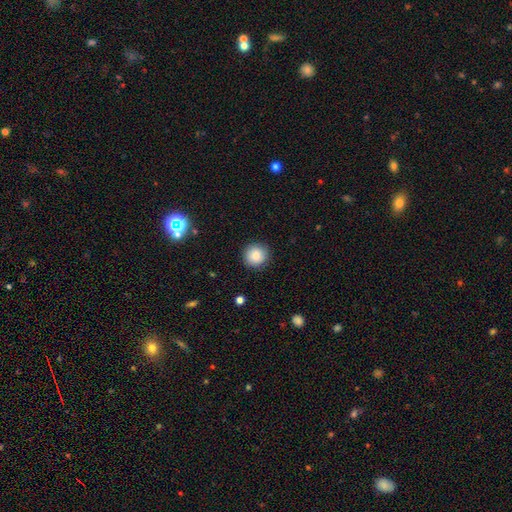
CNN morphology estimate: smooth 82%, star or artifact 10%, featured or disk 8%. Down the decision tree: how rounded — round (93%); merging — none (89%).